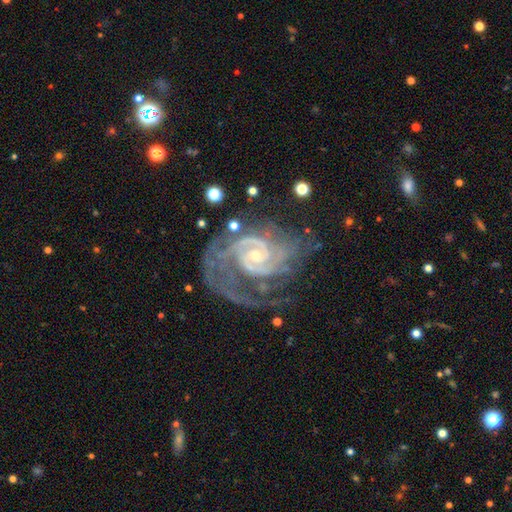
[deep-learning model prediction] This is clearly a featured or disk galaxy (92%). It is clearly not viewed edge-on (98%). Bar: possibly no (59%). Spiral arm pattern: clearly yes (98%). Spiral arm count: possibly 2 (52%). Spiral winding: likely tight (60%). Central bulge: likely small (68%). Merging: possibly none (53%).